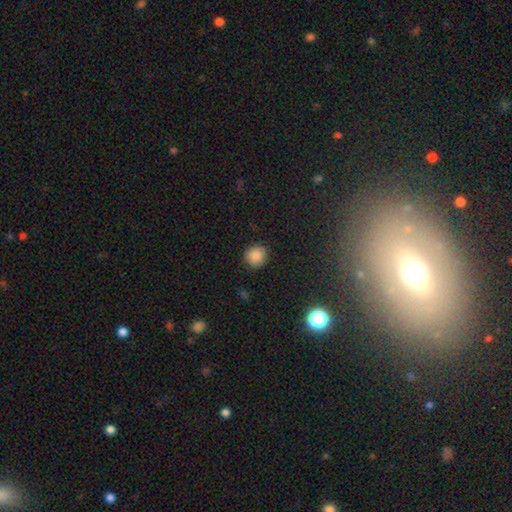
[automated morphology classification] A smooth galaxy with no disk features (87%) that is round (89%). Merging: none (89%).